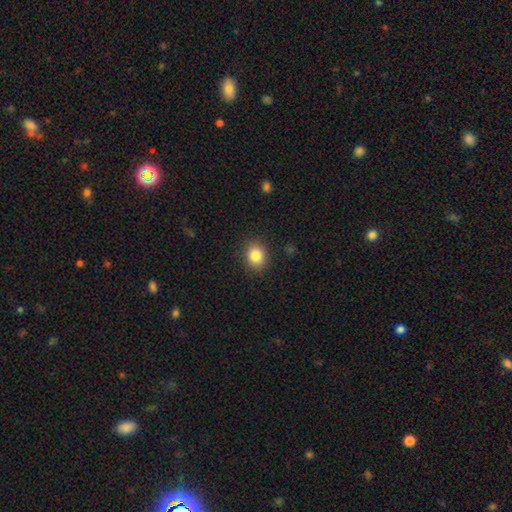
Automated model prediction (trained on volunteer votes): Q: Smooth or featured?
A: smooth (84%); runner-up: star or artifact (9%)
Q: How rounded?
A: round (60%); runner-up: in between (39%)
Q: Merging?
A: none (89%); runner-up: minor disturbance (8%)